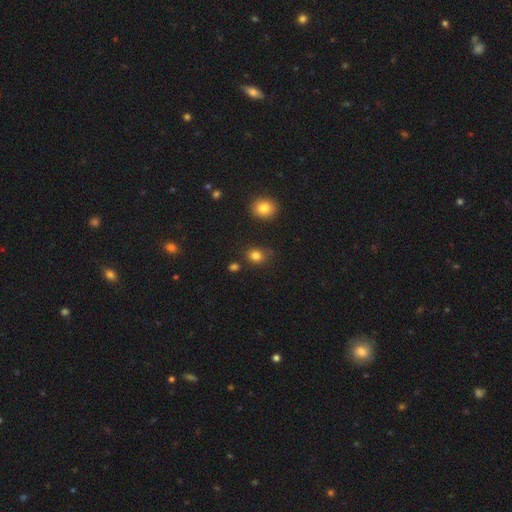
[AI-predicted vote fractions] The model was most divided on "how rounded": round: 62%, in between: 37%, cigar-shaped: 1%. More confident: smooth or featured — smooth (82%); merging — none (77%).